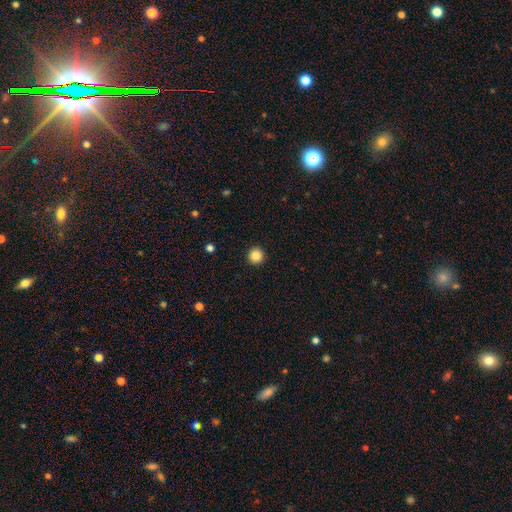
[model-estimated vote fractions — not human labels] A smooth galaxy with no disk features (85%) that is round (96%). Merging: none (93%).